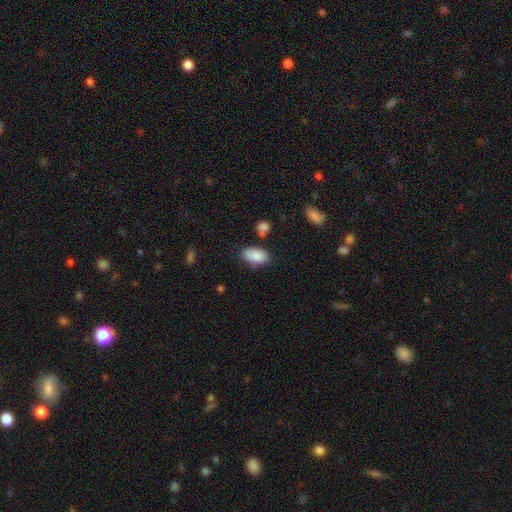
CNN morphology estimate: Smooth or featured? Predicted: smooth (p=0.87). How rounded? Predicted: in between (p=0.93). Merging? Predicted: none (p=0.68).